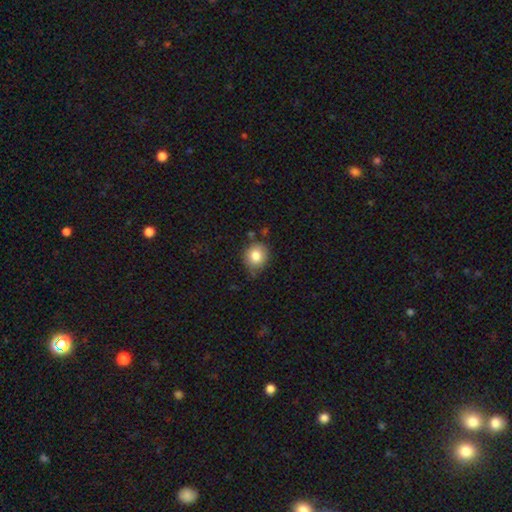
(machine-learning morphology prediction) A smooth galaxy with no disk features (81%) that is round (79%).

Vote fractions:
- Smooth or featured? smooth: 81% / star or artifact: 9% / featured or disk: 9%
- How rounded? round: 79% / in between: 20% / cigar-shaped: 1%
- Merging? none: 72% / minor disturbance: 21% / major disturbance: 4% / merger: 3%